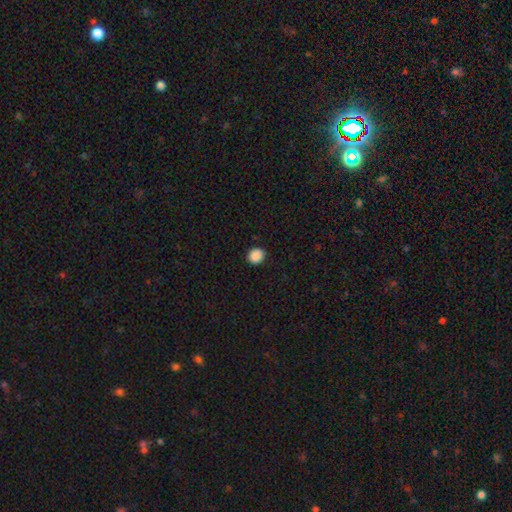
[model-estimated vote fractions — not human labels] The model was most divided on "how rounded": round: 76%, in between: 23%, cigar-shaped: 1%. More confident: merging — none (91%); smooth or featured — smooth (89%).